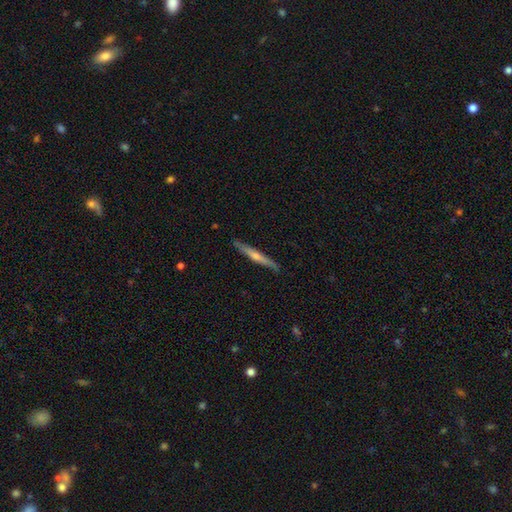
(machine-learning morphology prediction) Q: Smooth or featured?
A: featured or disk (70%); runner-up: smooth (24%)
Q: Edge-on disk?
A: yes (97%); runner-up: no (3%)
Q: Edge-on bulge?
A: rounded (76%); runner-up: none (19%)
Q: Merging?
A: none (90%); runner-up: minor disturbance (8%)